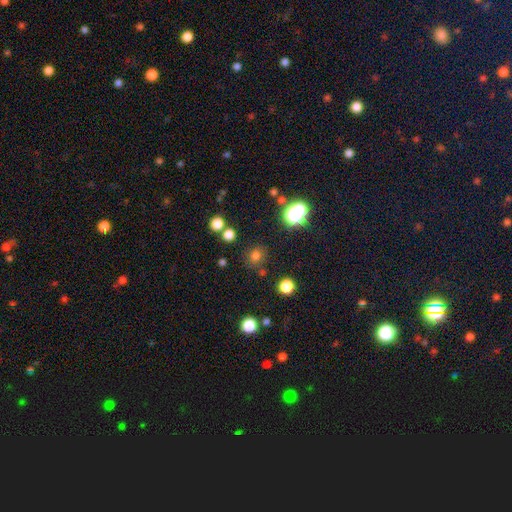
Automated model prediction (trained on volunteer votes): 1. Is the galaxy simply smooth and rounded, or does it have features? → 73% smooth, 21% star or artifact, 6% featured or disk.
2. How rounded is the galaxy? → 81% round, 18% in between, 1% cigar-shaped.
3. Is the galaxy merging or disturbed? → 81% none, 10% minor disturbance, 5% merger, 4% major disturbance.